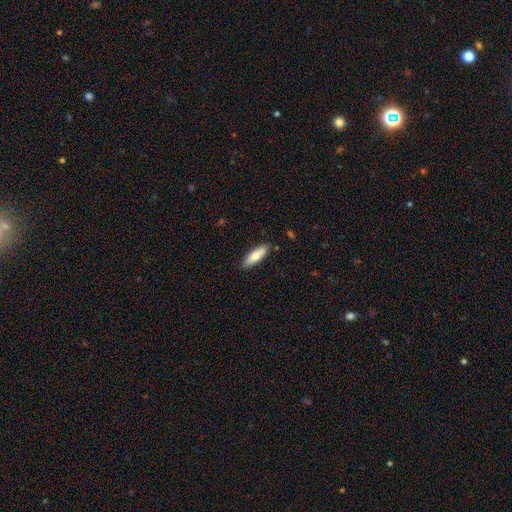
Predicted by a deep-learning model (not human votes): A smooth galaxy with no disk features (73%) that is in between round and cigar-shaped (51%).

Vote fractions:
- Smooth or featured? smooth: 73% / featured or disk: 21% / star or artifact: 6%
- How rounded? in between: 51% / cigar-shaped: 47% / round: 2%
- Merging? none: 87% / minor disturbance: 10% / major disturbance: 2% / merger: 1%